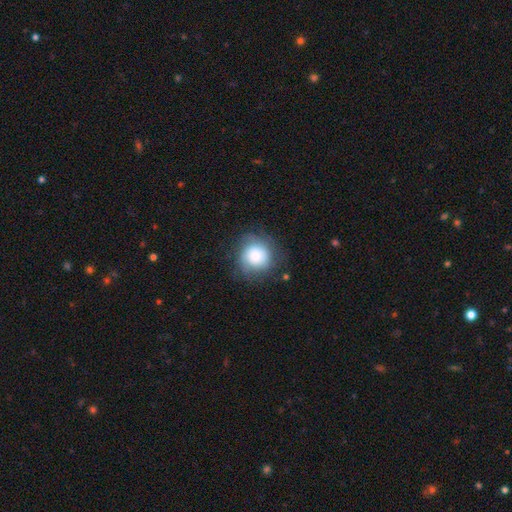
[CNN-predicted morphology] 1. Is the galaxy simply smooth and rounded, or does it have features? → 68% smooth, 22% featured or disk, 9% star or artifact.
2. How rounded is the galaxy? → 89% round, 10% in between, 1% cigar-shaped.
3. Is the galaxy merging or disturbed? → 70% none, 19% minor disturbance, 9% major disturbance, 2% merger.